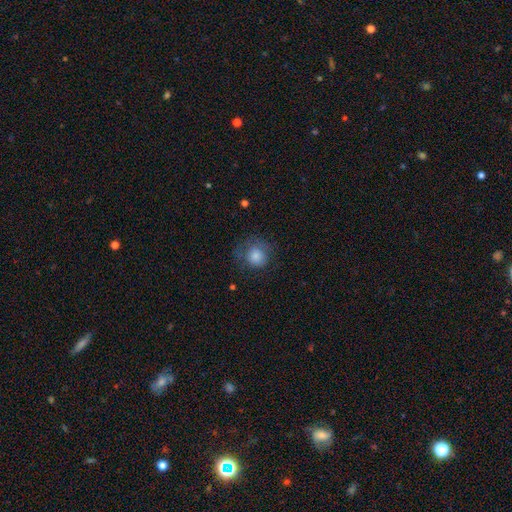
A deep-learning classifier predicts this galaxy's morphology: Smooth or featured: smooth — 74% (featured or disk — 15%)
How rounded: round — 86% (in between — 13%)
Merging: none — 63% (minor disturbance — 21%)